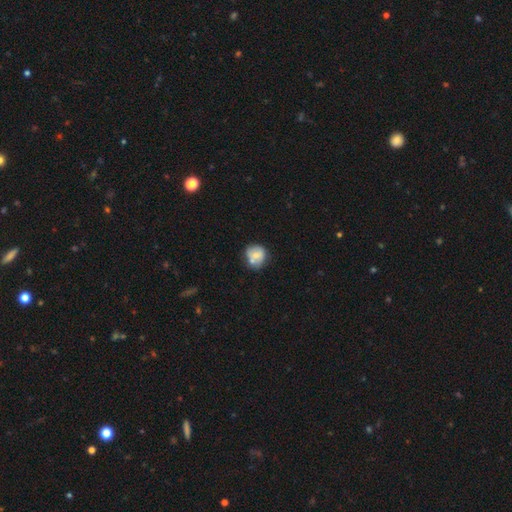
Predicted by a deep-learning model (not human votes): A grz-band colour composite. It shows a smooth galaxy with no disk features (66%) that is round (84%). Merging: none (56%).